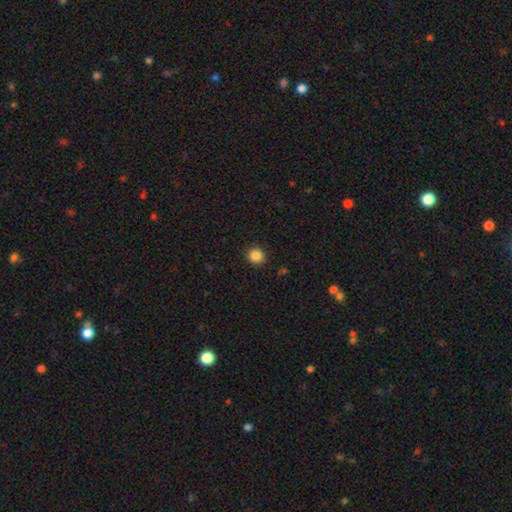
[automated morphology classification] Q: Smooth or featured?
A: smooth (86%); runner-up: star or artifact (11%)
Q: How rounded?
A: round (90%); runner-up: in between (9%)
Q: Merging?
A: none (91%); runner-up: minor disturbance (6%)